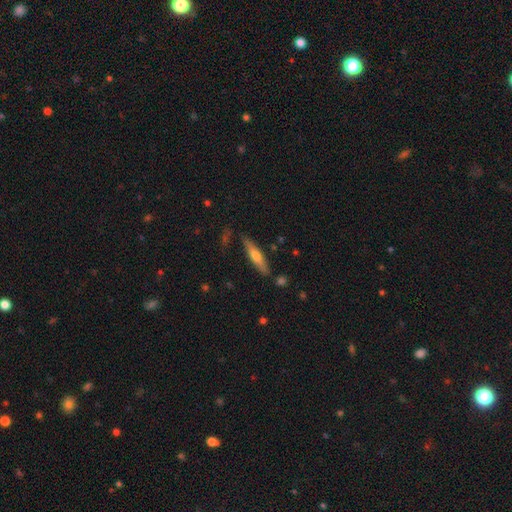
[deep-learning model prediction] This appears to be a featured or disk galaxy (48%). Merging: none (82%).